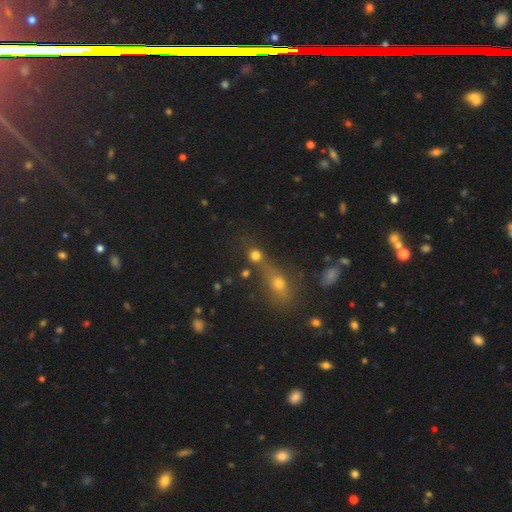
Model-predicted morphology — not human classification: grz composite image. It shows a smooth galaxy with no disk features (72%) that is round (82%). Merging: none (44%).